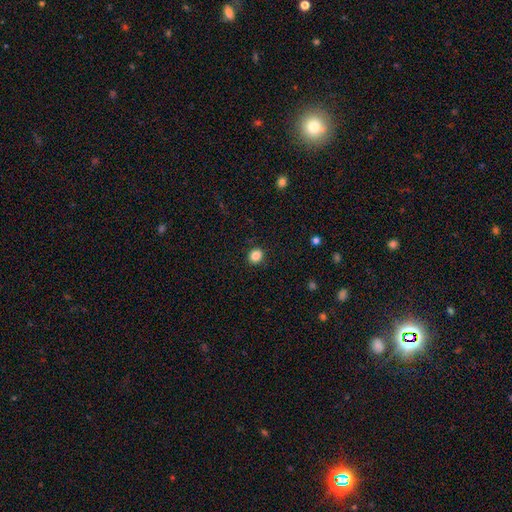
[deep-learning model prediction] Morphology: type=smooth (86%); roundness=round (76%); merging=none (90%).